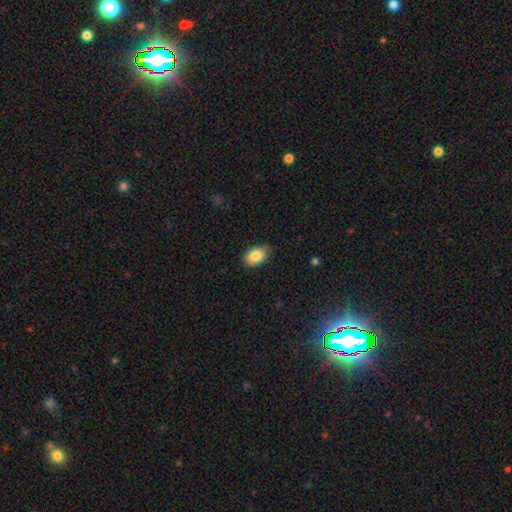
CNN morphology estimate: Smooth or featured: smooth — 84% (featured or disk — 8%)
How rounded: in between — 84% (round — 14%)
Merging: none — 76% (minor disturbance — 20%)